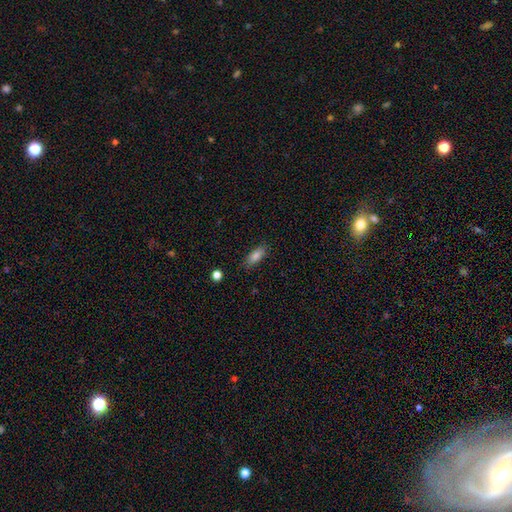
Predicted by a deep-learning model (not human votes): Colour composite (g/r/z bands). It shows a smooth galaxy with no disk features (82%) that is in between round and cigar-shaped (77%). Merging: none (84%).